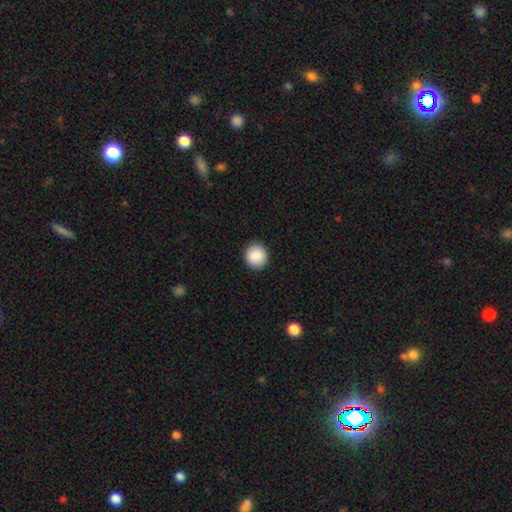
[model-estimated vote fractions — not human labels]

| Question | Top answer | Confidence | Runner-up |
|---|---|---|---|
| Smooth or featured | smooth | 90% | star or artifact (8%) |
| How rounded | round | 94% | in between (5%) |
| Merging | none | 92% | minor disturbance (5%) |